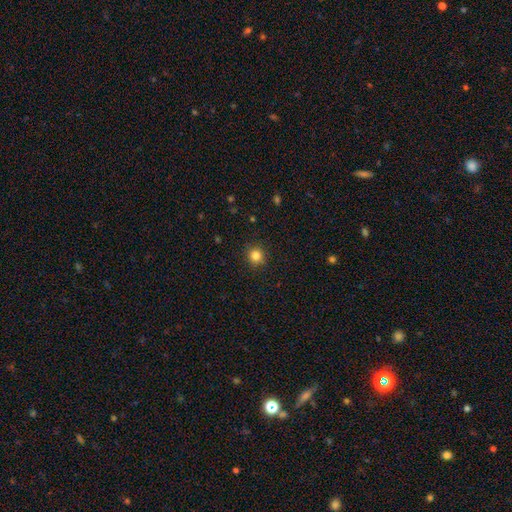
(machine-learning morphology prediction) This is clearly a smooth galaxy (84%). How rounded: clearly round (94%). Merging: clearly none (91%).